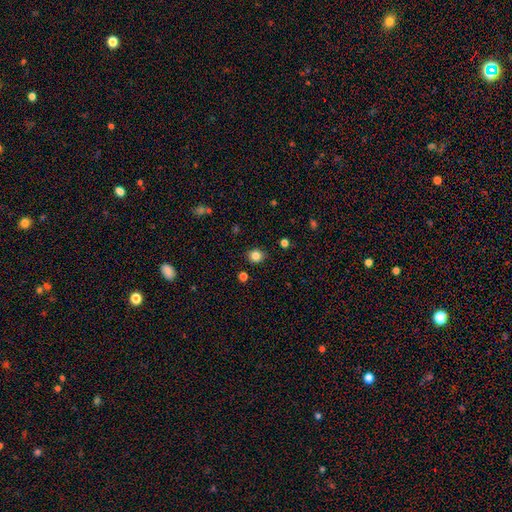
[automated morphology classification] This is clearly a smooth galaxy (83%). How rounded: clearly round (81%). Merging: clearly none (88%).